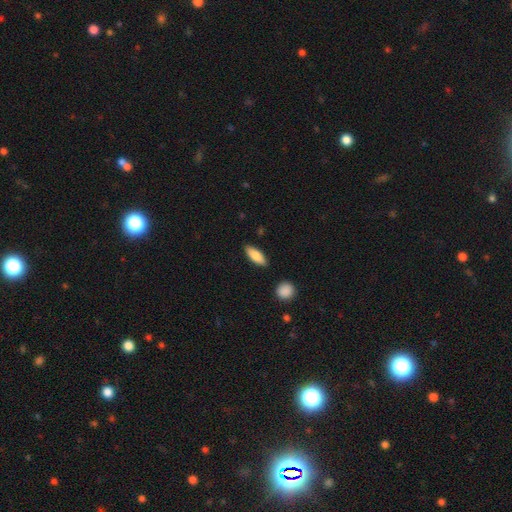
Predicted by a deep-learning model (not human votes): Smooth or featured? smooth (80%)
How rounded? in between (67%)
Merging? none (87%)